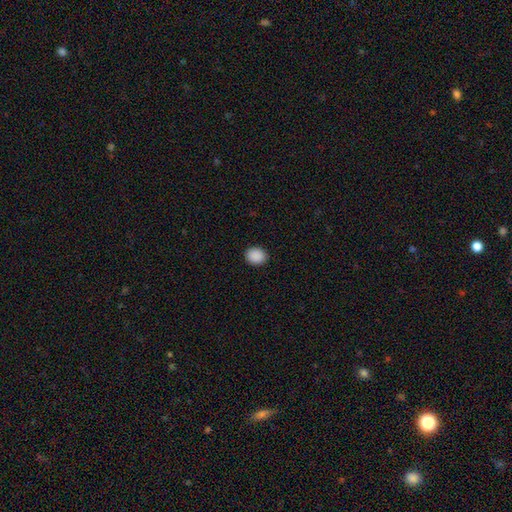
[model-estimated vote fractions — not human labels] Smooth or featured? smooth (90%)
How rounded? round (59%)
Merging? none (91%)